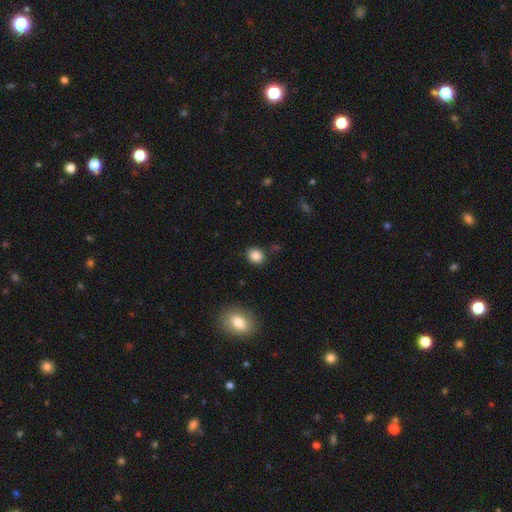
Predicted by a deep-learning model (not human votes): Smooth or featured: smooth — 86% (star or artifact — 10%)
How rounded: round — 61% (in between — 38%)
Merging: none — 83% (minor disturbance — 11%)